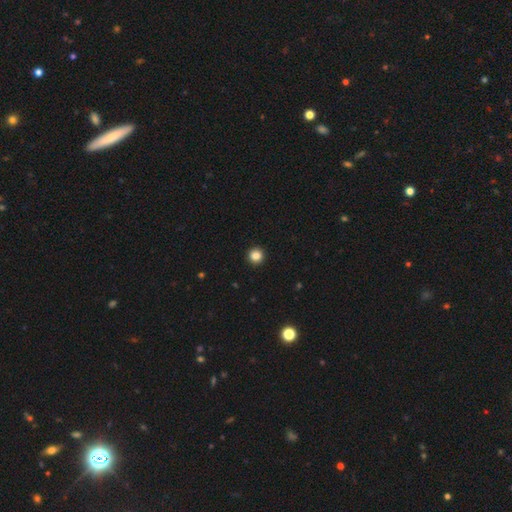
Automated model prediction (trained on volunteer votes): This appears to be a smooth galaxy with no disk features (85%) that is round (95%). Merging: none (94%).